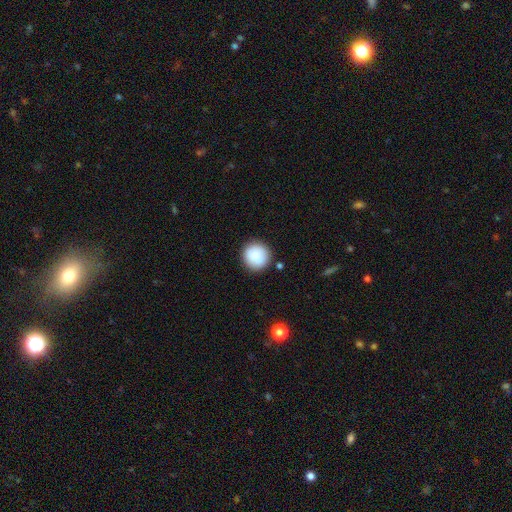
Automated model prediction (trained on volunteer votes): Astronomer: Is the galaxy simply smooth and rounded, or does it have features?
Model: smooth — 88%.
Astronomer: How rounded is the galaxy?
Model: round — 94%.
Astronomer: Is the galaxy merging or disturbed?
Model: none — 88%.